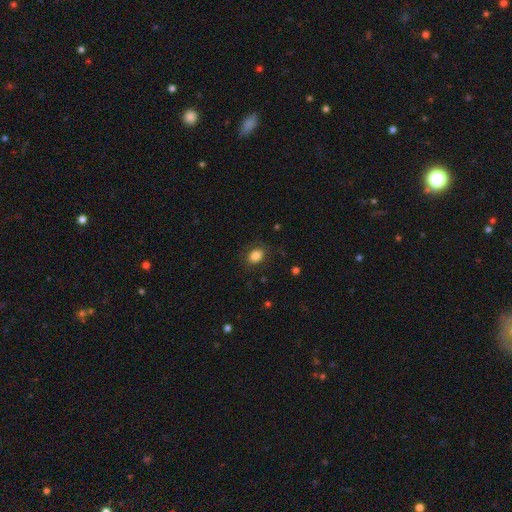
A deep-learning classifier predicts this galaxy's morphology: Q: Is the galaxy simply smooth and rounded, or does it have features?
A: smooth — 84%.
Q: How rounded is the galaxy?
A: in between — 59%.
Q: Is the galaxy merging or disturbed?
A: none — 81%.